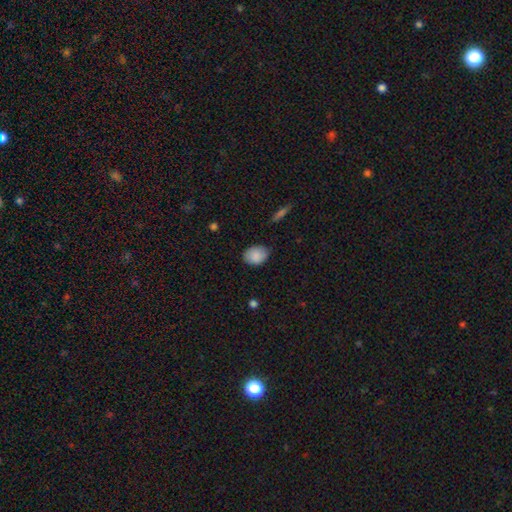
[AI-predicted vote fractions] Smooth or featured? Predicted: smooth (p=0.88). How rounded? Predicted: in between (p=0.69). Merging? Predicted: none (p=0.81).